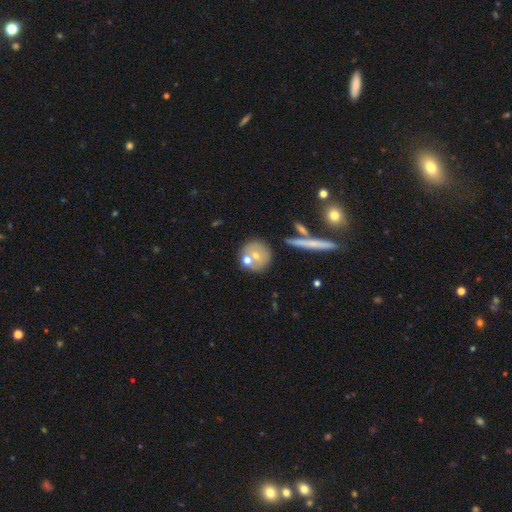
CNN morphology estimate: smooth-or-featured: smooth: 58% | featured or disk: 31% | star or artifact: 11%
  how-rounded: round: 88% | in between: 9% | cigar-shaped: 3%
  merging: none: 65% | merger: 21% | minor disturbance: 10% | major disturbance: 4%